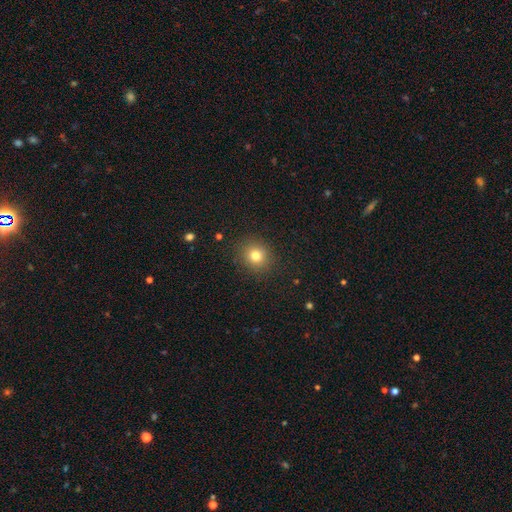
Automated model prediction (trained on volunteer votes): Overall: smooth (79%). How rounded: round (81%). Merging: none (89%).